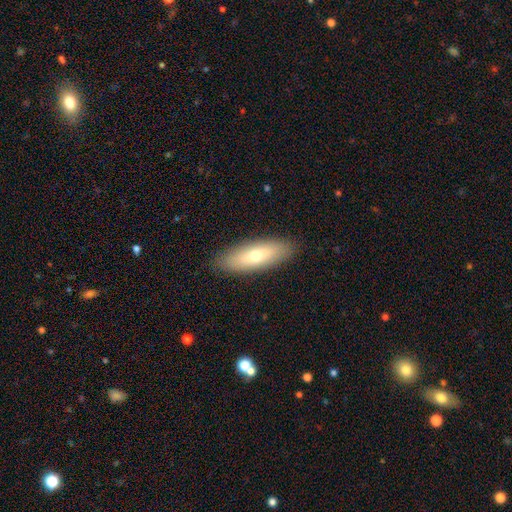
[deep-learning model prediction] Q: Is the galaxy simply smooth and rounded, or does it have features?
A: smooth — 65%.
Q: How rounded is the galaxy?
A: in between — 59%.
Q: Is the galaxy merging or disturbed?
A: none — 88%.